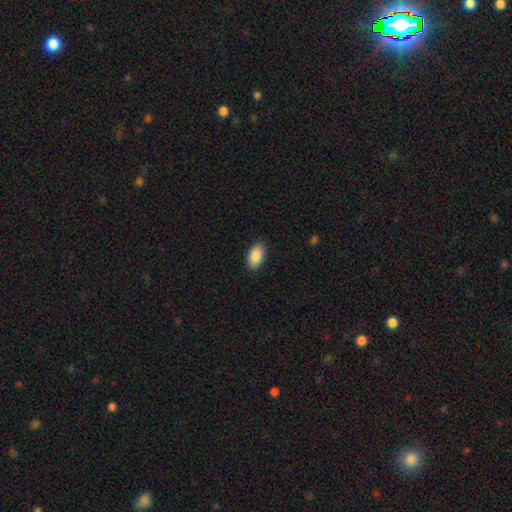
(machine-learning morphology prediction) Overall: smooth (89%). How rounded: in between (94%). Merging: none (89%).